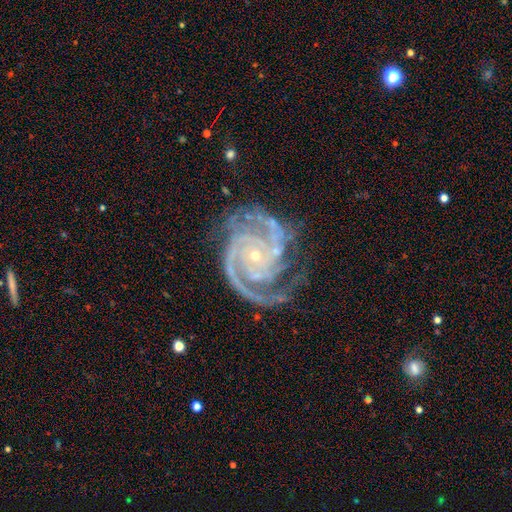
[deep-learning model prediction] A featured or disk galaxy (93%) with no bar (73%), 2 (39%) tight (65%) spiral arms (99%) and a small central bulge (82%). Merging: none (68%).